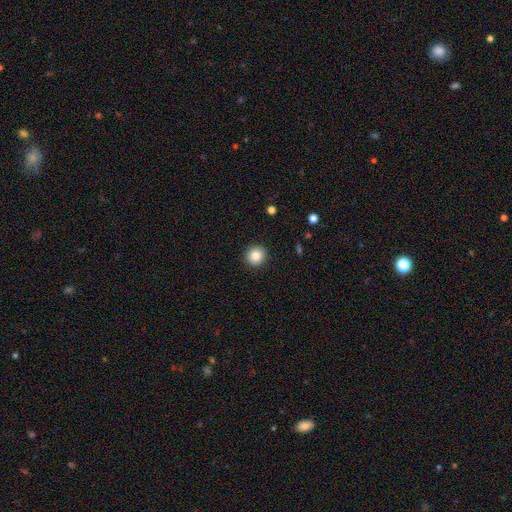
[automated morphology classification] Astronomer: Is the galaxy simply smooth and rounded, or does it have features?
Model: smooth — 86%.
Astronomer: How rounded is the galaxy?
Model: round — 93%.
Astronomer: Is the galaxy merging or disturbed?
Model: none — 92%.